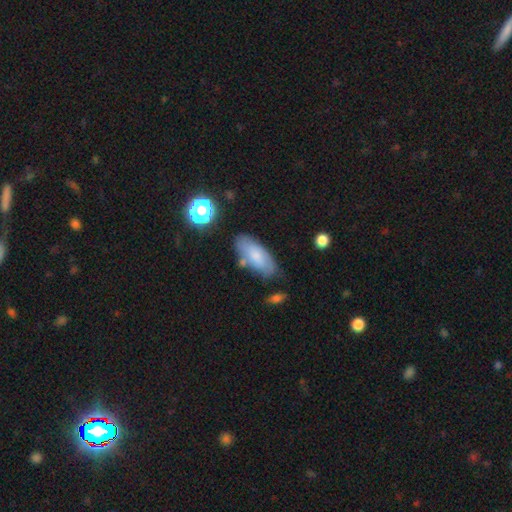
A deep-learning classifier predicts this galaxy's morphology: smooth 70%, featured or disk 23%, star or artifact 7%. Down the decision tree: how rounded — in between (84%); merging — none (69%).